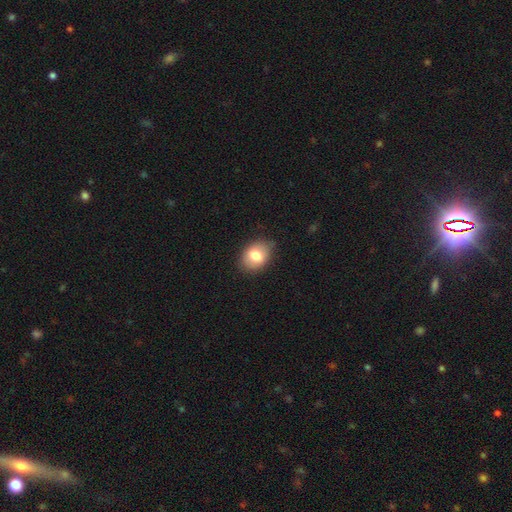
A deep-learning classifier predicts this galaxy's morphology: Overall: smooth (76%). How rounded: in between (68%; round 30%). Merging: none (79%).